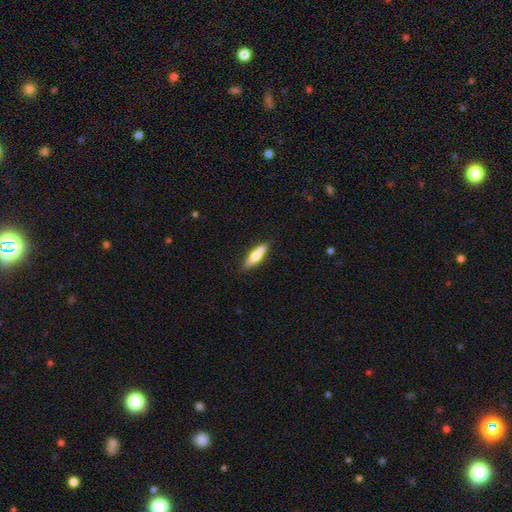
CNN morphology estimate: Smooth or featured?
  - smooth: 55% *
  - featured or disk: 39%
  - star or artifact: 6%
How rounded?
  - cigar-shaped: 60% *
  - in between: 38%
  - round: 3%
Merging?
  - none: 66% *
  - merger: 15%
  - minor disturbance: 15%
  - major disturbance: 4%